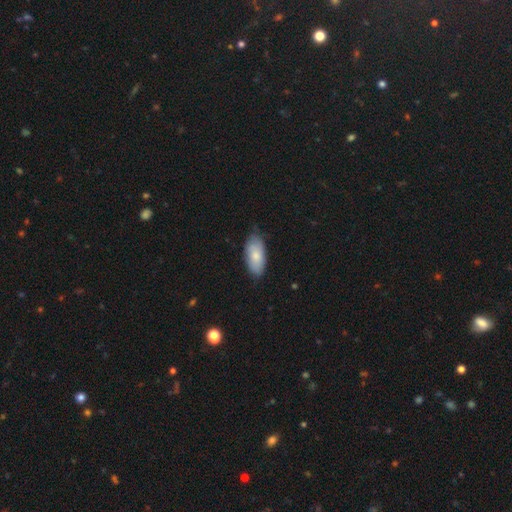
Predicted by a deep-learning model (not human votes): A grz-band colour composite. It shows a smooth galaxy with no disk features (78%) that is in between round and cigar-shaped (93%). Merging: none (72%).